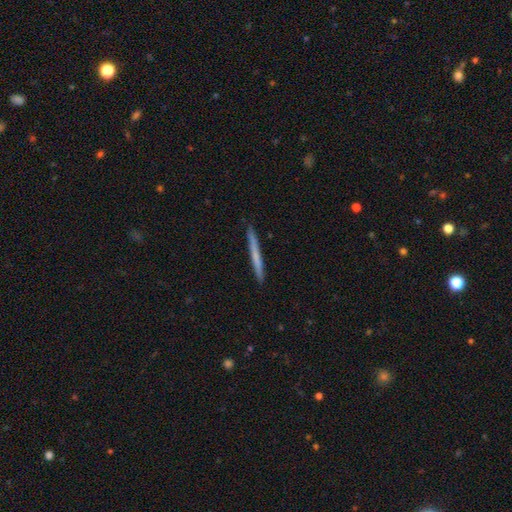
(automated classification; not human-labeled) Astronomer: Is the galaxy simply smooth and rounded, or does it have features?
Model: smooth — 58% (runner-up: featured or disk, 37%).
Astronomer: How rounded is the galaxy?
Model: cigar-shaped — 97%.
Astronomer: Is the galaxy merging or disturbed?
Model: none — 92%.